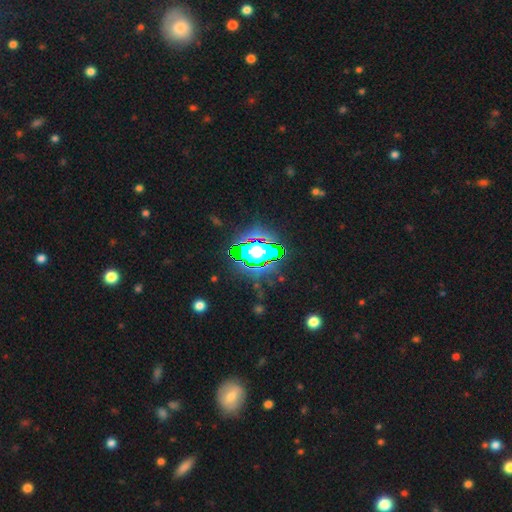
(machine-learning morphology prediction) A star or artifact, not a galaxy (77%).